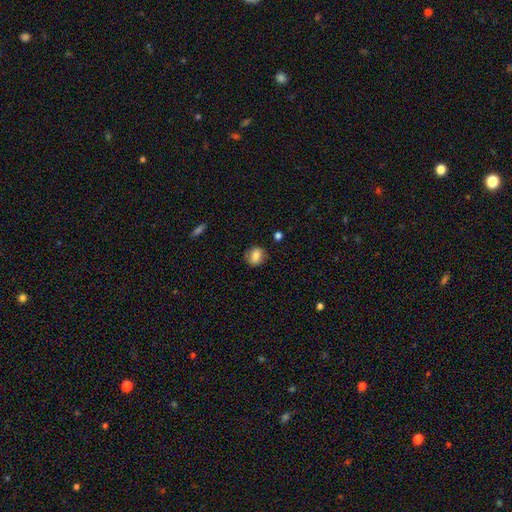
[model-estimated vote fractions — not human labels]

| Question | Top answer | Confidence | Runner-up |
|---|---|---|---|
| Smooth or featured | smooth | 77% | featured or disk (14%) |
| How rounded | round | 66% | in between (33%) |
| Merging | none | 81% | minor disturbance (13%) |